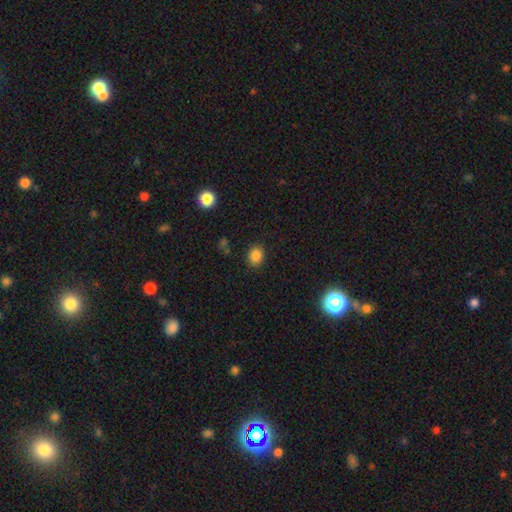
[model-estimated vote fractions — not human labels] smooth_or_featured: smooth (p=0.84) [alt: star or artifact p=0.11]
how_rounded: round (p=0.53) [alt: in between p=0.46]
merging: none (p=0.87) [alt: minor disturbance p=0.09]